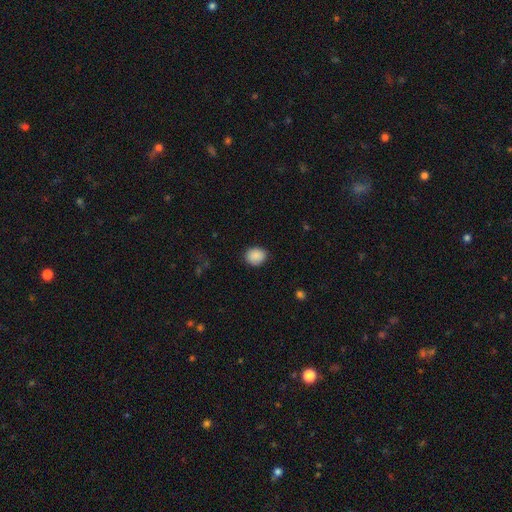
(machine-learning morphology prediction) This is clearly a smooth galaxy (89%). How rounded: likely round (64%). Merging: clearly none (85%).